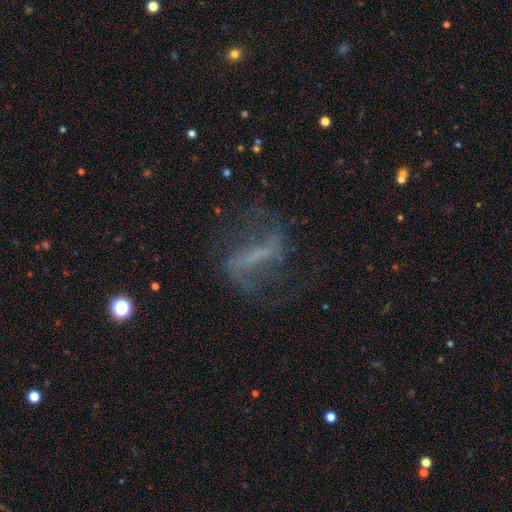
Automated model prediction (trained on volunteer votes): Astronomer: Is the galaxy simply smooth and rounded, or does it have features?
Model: featured or disk — 69%.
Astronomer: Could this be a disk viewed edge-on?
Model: no — 87%.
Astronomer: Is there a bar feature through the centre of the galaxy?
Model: strong — 60%.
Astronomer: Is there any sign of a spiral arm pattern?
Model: yes — 70%.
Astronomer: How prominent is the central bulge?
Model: none — 57%.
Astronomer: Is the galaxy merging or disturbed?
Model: none — 59%.